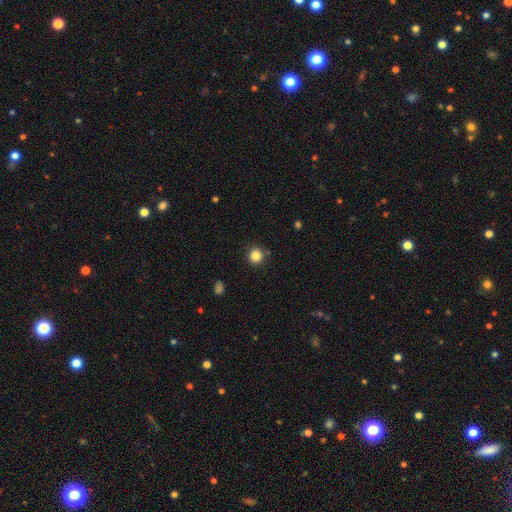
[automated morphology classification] This appears to be a smooth galaxy with no disk features (85%) that is round (93%). Merging: none (87%).